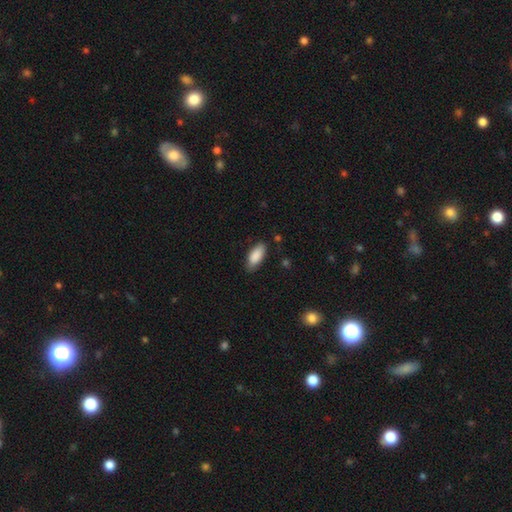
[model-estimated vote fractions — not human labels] Smooth or featured: smooth — 88% (star or artifact — 6%)
How rounded: in between — 85% (cigar-shaped — 13%)
Merging: none — 80% (minor disturbance — 16%)